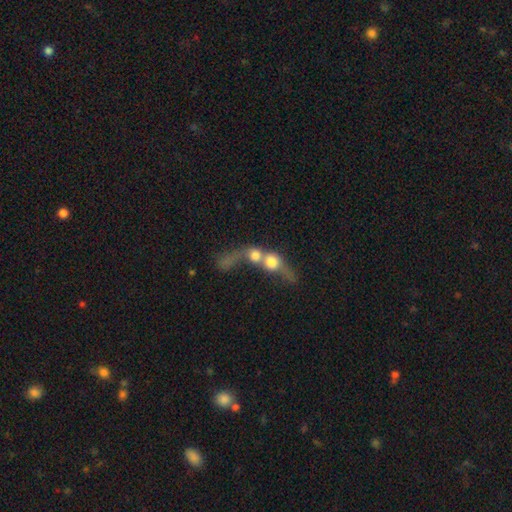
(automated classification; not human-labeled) Smooth or featured: smooth — 50% (featured or disk — 37%)
How rounded: round — 53% (in between — 31%)
Merging: merger — 76% (none — 10%)